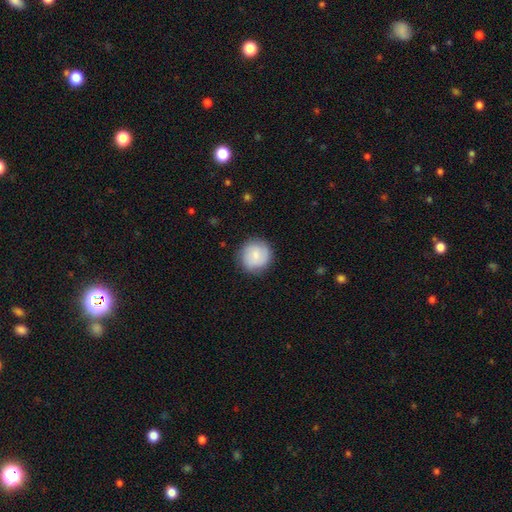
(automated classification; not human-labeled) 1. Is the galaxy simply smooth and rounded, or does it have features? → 77% smooth, 17% featured or disk, 6% star or artifact.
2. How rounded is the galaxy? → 93% round, 6% in between, 1% cigar-shaped.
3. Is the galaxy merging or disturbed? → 86% none, 10% minor disturbance, 3% major disturbance, 1% merger.